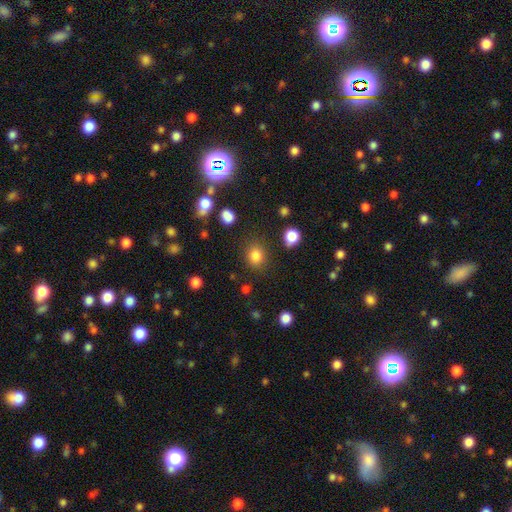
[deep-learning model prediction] Smooth or featured? Predicted: smooth (p=0.82). How rounded? Predicted: round (p=0.73). Merging? Predicted: none (p=0.83).